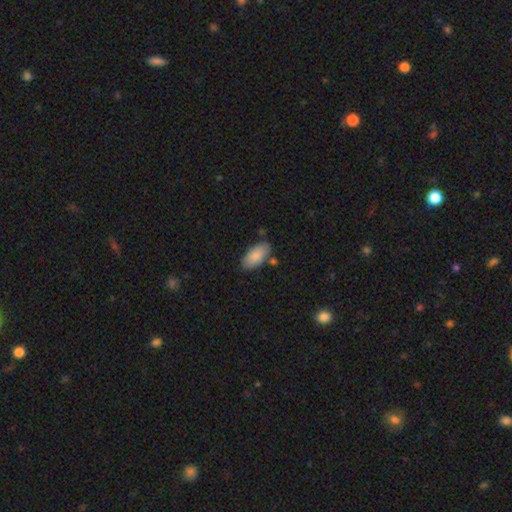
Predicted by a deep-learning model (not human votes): Smooth or featured?
  - smooth: 85% *
  - featured or disk: 9%
  - star or artifact: 6%
How rounded?
  - in between: 93% *
  - cigar-shaped: 5%
  - round: 2%
Merging?
  - none: 76% *
  - minor disturbance: 16%
  - merger: 5%
  - major disturbance: 3%